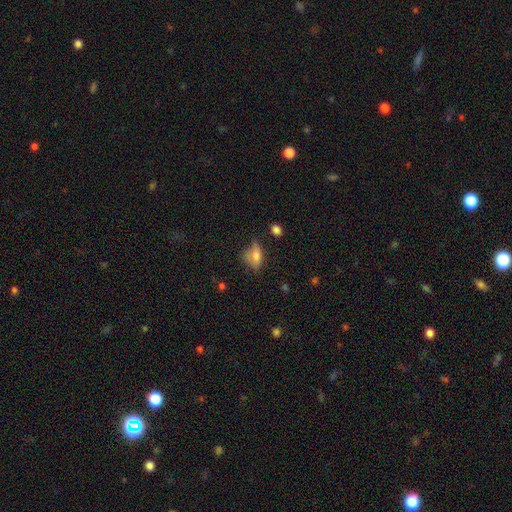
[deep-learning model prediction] This is likely a smooth galaxy (63%). How rounded: likely in between (71%). Merging: possibly none (50%).